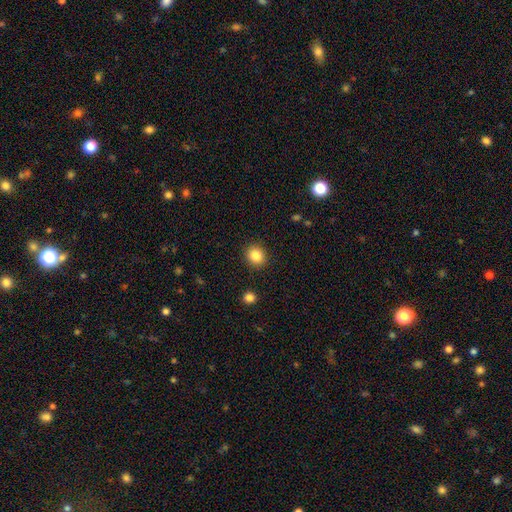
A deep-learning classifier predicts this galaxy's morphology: Q: Smooth or featured?
A: smooth (85%); runner-up: star or artifact (10%)
Q: How rounded?
A: round (82%); runner-up: in between (17%)
Q: Merging?
A: none (91%); runner-up: minor disturbance (6%)